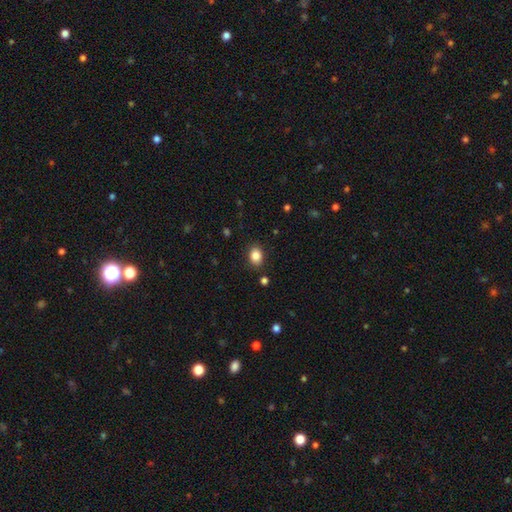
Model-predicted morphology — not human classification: A smooth galaxy with no disk features (85%) that is in between round and cigar-shaped (65%).

Vote fractions:
- Smooth or featured? smooth: 85% / star or artifact: 9% / featured or disk: 5%
- How rounded? in between: 65% / round: 34% / cigar-shaped: 1%
- Merging? none: 87% / minor disturbance: 9% / major disturbance: 2% / merger: 2%